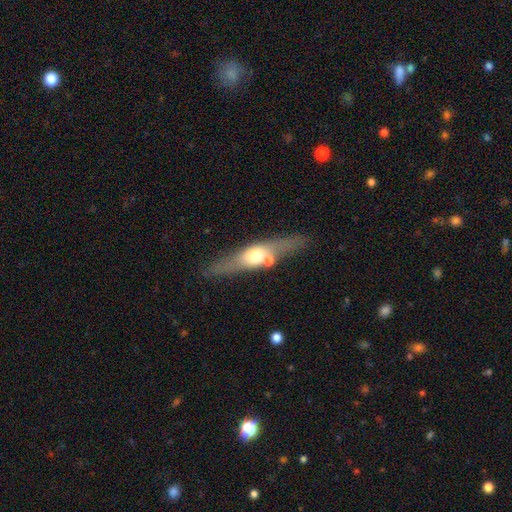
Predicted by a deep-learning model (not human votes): This is possibly a featured or disk galaxy (57%). It is clearly viewed edge-on (83%). Merging: likely none (70%).